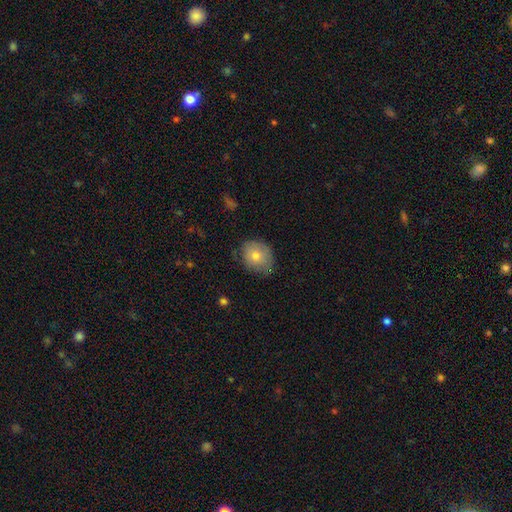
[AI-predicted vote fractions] Smooth or featured: smooth — 75% (featured or disk — 17%)
How rounded: round — 54% (in between — 45%)
Merging: none — 64% (minor disturbance — 29%)